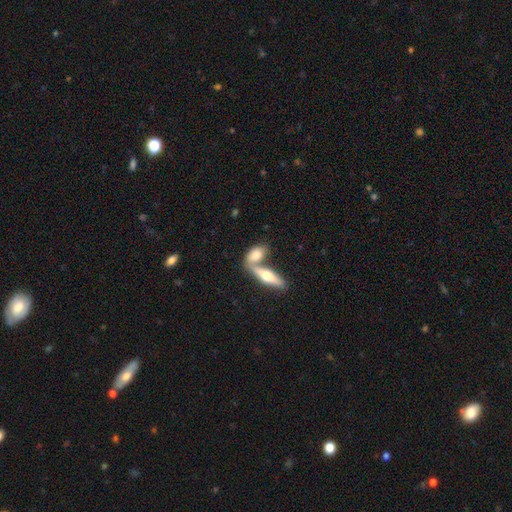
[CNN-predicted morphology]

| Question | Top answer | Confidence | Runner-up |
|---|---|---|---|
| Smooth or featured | smooth | 63% | featured or disk (31%) |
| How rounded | in between | 69% | cigar-shaped (26%) |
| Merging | merger | 53% | none (34%) |